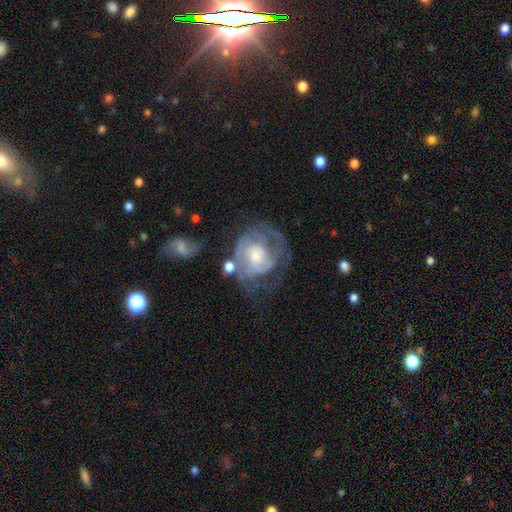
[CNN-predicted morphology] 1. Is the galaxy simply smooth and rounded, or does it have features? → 74% featured or disk, 19% smooth, 7% star or artifact.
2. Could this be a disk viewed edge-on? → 97% no, 3% yes.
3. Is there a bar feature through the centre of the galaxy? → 72% no, 24% weak, 5% strong.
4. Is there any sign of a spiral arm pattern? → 73% yes, 27% no.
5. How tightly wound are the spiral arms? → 54% tight, 32% medium, 14% loose.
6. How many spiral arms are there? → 45% can't tell, 28% 2, 11% 3, 9% 1, 4% 4, 3% more than 4.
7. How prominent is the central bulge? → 46% moderate, 32% small, 14% large, 5% none, 2% dominant.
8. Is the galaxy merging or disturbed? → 45% none, 26% major disturbance, 21% minor disturbance, 7% merger.